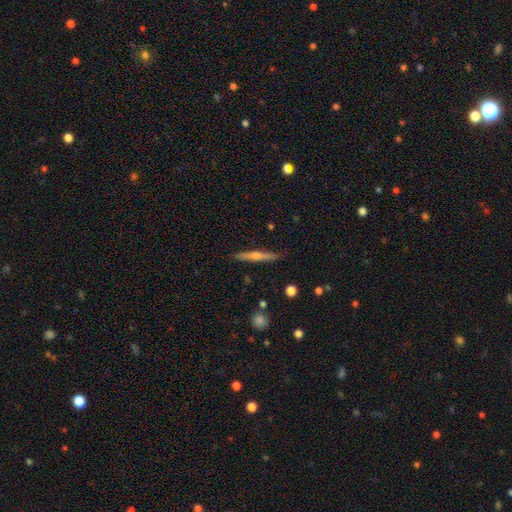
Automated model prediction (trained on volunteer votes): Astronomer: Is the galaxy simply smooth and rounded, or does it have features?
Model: featured or disk — 62%.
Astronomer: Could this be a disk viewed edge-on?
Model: yes — 97%.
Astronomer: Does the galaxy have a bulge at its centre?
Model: rounded — 80%.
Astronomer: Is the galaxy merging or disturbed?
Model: none — 90%.